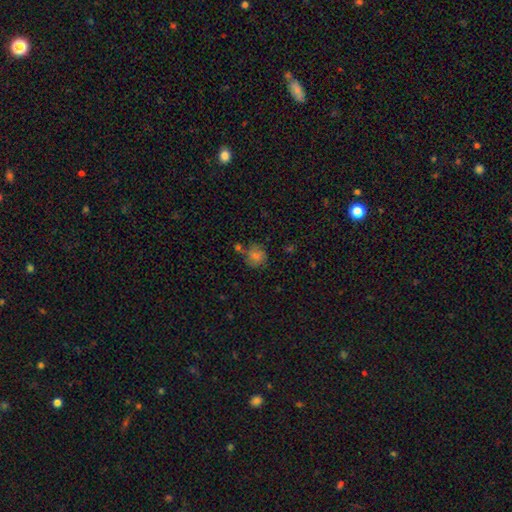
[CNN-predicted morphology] A smooth galaxy with no disk features (65%) that is round (83%).

Vote fractions:
- Smooth or featured? smooth: 65% / star or artifact: 20% / featured or disk: 15%
- How rounded? round: 83% / in between: 16% / cigar-shaped: 1%
- Merging? none: 69% / minor disturbance: 16% / merger: 11% / major disturbance: 5%